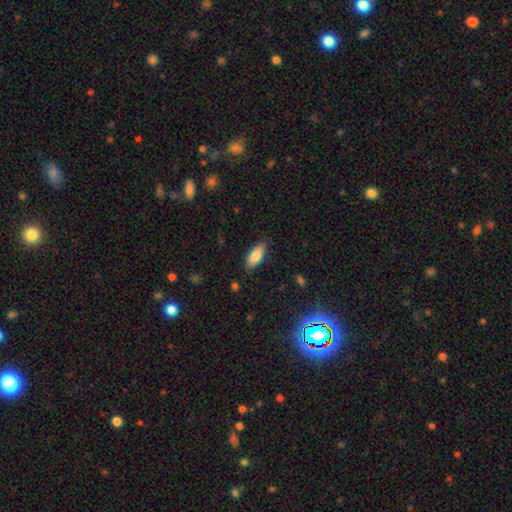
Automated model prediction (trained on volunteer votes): A smooth galaxy with no disk features (82%) that is in between round and cigar-shaped (79%). Merging: none (84%).